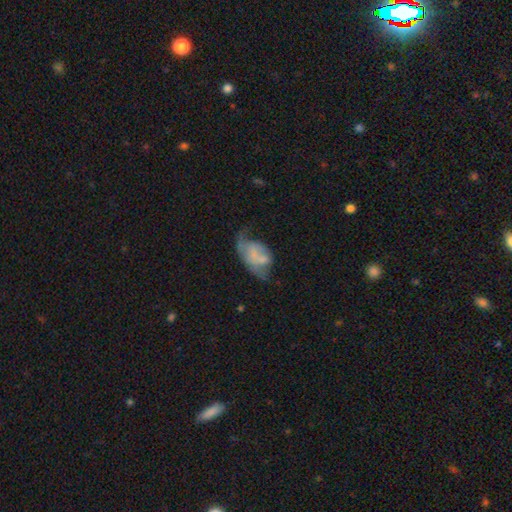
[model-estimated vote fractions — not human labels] Overall: featured or disk (47%; smooth 44%). Merging: major disturbance (43%; minor disturbance 27%).